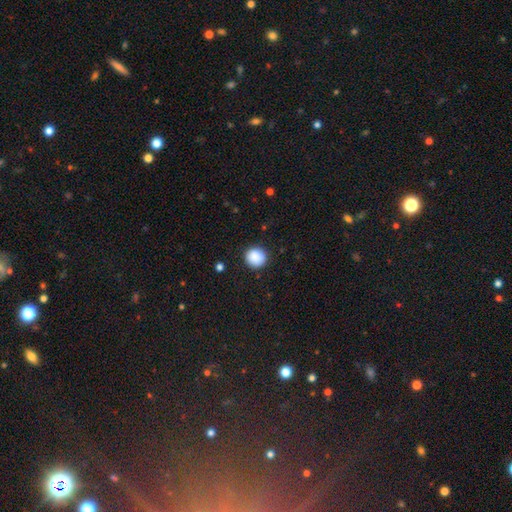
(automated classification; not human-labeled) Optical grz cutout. It shows a smooth galaxy with no disk features (89%) that is round (93%). Merging: none (90%).